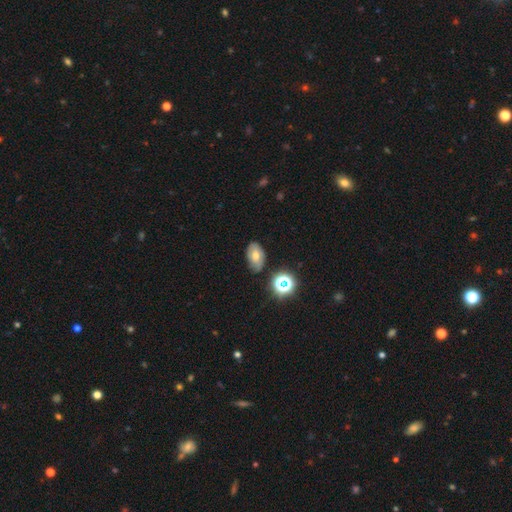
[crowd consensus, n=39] This is possibly a smooth galaxy (56%). How rounded: clearly in between (86%). Merging: possibly none (50%).